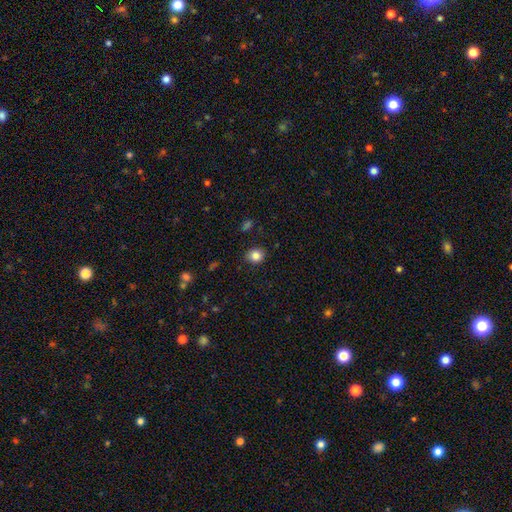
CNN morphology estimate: Q: Smooth or featured?
A: smooth (84%); runner-up: star or artifact (10%)
Q: How rounded?
A: round (68%); runner-up: in between (31%)
Q: Merging?
A: none (87%); runner-up: minor disturbance (9%)